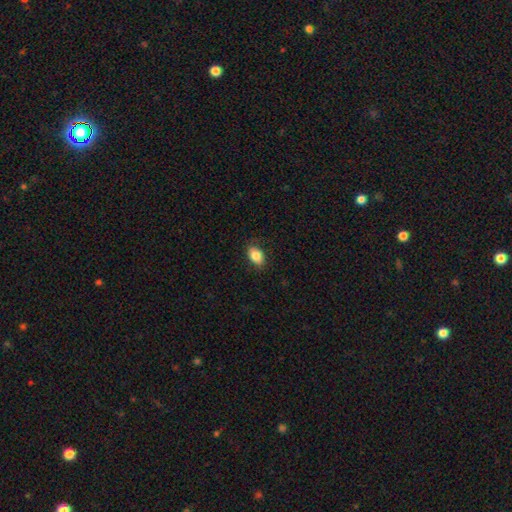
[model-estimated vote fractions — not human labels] Overall: smooth (85%). How rounded: in between (85%). Merging: none (85%).